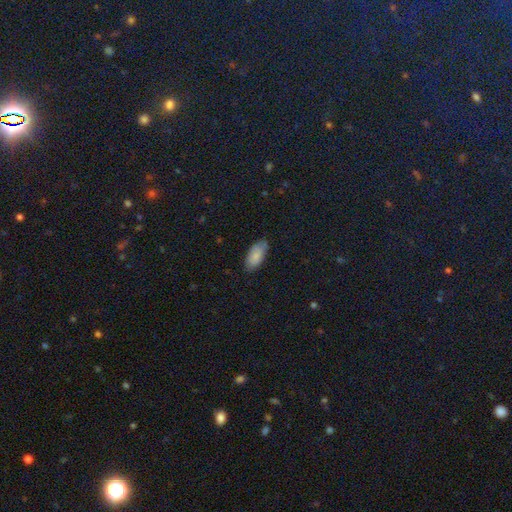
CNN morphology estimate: A smooth galaxy with no disk features (84%) that is in between round and cigar-shaped (91%).

Vote fractions:
- Smooth or featured? smooth: 84% / featured or disk: 10% / star or artifact: 6%
- How rounded? in between: 91% / cigar-shaped: 7% / round: 2%
- Merging? none: 81% / minor disturbance: 16% / major disturbance: 3% / merger: 1%